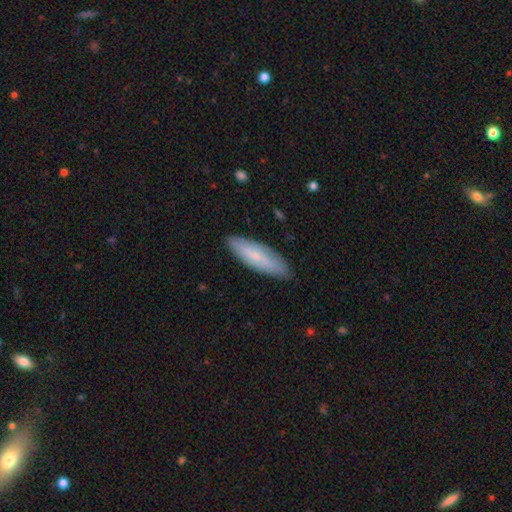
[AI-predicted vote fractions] This appears to be a smooth galaxy with no disk features (62%) that is cigar-shaped (51%). Merging: none (84%).